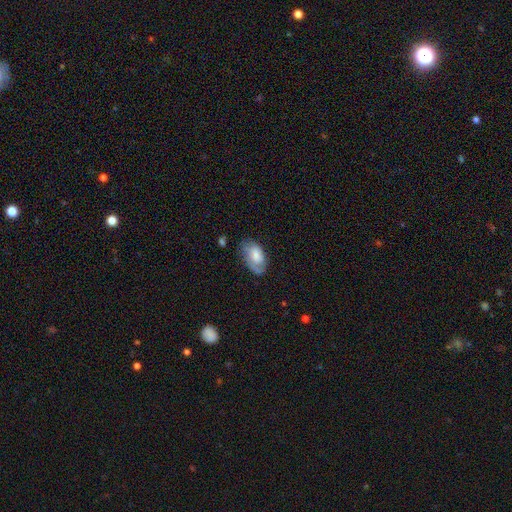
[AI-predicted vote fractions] Smooth or featured: smooth — 53% (featured or disk — 40%)
How rounded: in between — 92% (round — 6%)
Merging: none — 59% (minor disturbance — 27%)